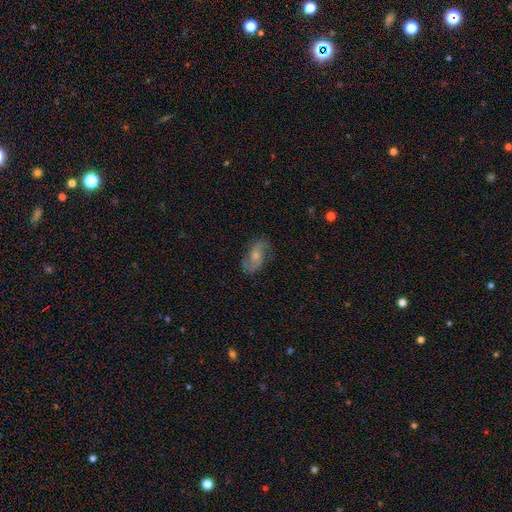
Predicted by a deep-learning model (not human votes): Smooth or featured? Predicted: featured or disk (p=0.76). Edge-on disk? Predicted: no (p=0.96). Bar? Predicted: no (p=0.57). Spiral arms? Predicted: yes (p=0.94). Spiral winding? Predicted: medium (p=0.46). Spiral arm count? Predicted: 2 (p=0.89). Bulge size? Predicted: moderate (p=0.48). Merging? Predicted: none (p=0.81).